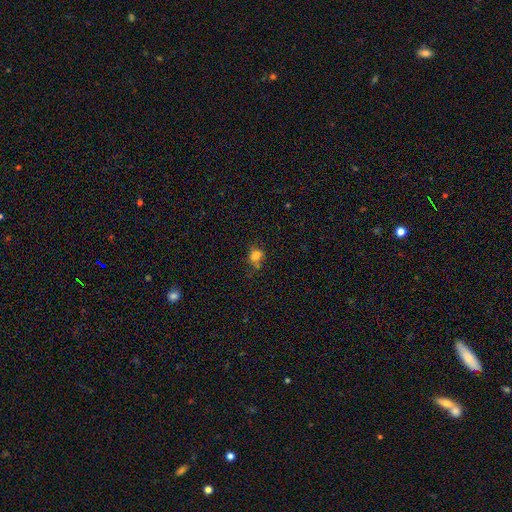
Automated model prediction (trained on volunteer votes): This is likely a smooth galaxy (65%). How rounded: possibly round (50%). Merging: marginally none (44%).